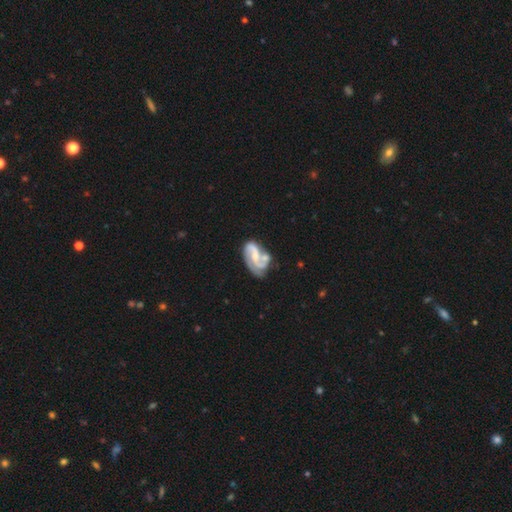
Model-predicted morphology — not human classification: Smooth or featured? Predicted: featured or disk (p=0.82). Edge-on disk? Predicted: no (p=0.98). Bar? Predicted: no (p=0.42). Spiral arms? Predicted: yes (p=0.93). Spiral winding? Predicted: medium (p=0.47). Spiral arm count? Predicted: 2 (p=0.68). Bulge size? Predicted: small (p=0.44). Merging? Predicted: none (p=0.38).